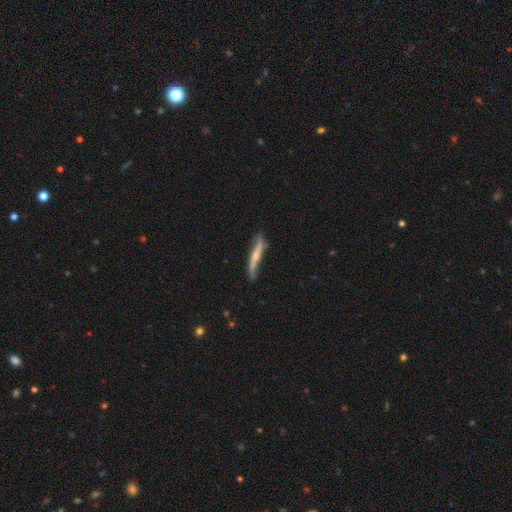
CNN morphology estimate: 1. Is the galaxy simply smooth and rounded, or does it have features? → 57% featured or disk, 37% smooth, 5% star or artifact.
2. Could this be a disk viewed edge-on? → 75% yes, 25% no.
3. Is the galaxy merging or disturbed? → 63% none, 27% minor disturbance, 7% major disturbance, 3% merger.